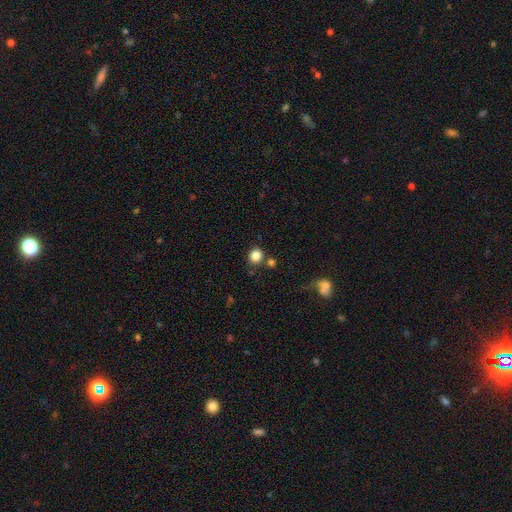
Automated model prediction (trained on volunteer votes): Smooth or featured?
  - smooth: 84% *
  - star or artifact: 11%
  - featured or disk: 5%
How rounded?
  - round: 81% *
  - in between: 18%
  - cigar-shaped: 1%
Merging?
  - none: 77% *
  - merger: 10%
  - minor disturbance: 10%
  - major disturbance: 3%